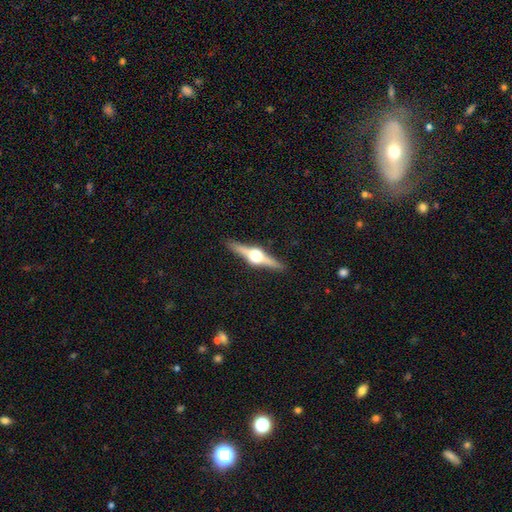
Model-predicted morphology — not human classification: featured or disk 84%, smooth 10%, star or artifact 5%. Down the decision tree: edge-on disk — yes (98%); edge-on bulge — rounded (96%); merging — none (92%).